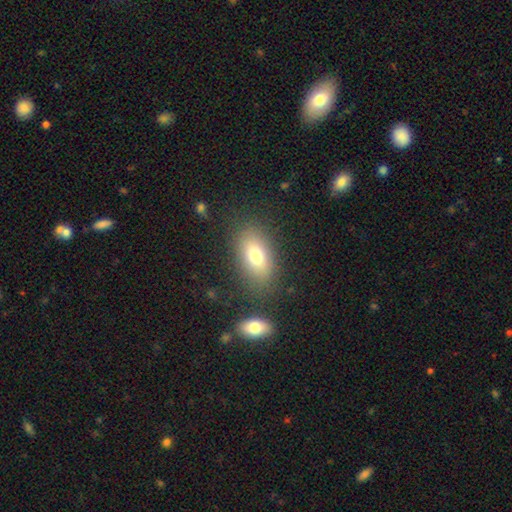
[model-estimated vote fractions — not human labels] Smooth or featured?
  - smooth: 76% *
  - featured or disk: 15%
  - star or artifact: 9%
How rounded?
  - in between: 88% *
  - round: 8%
  - cigar-shaped: 4%
Merging?
  - none: 78% *
  - minor disturbance: 12%
  - merger: 5%
  - major disturbance: 5%